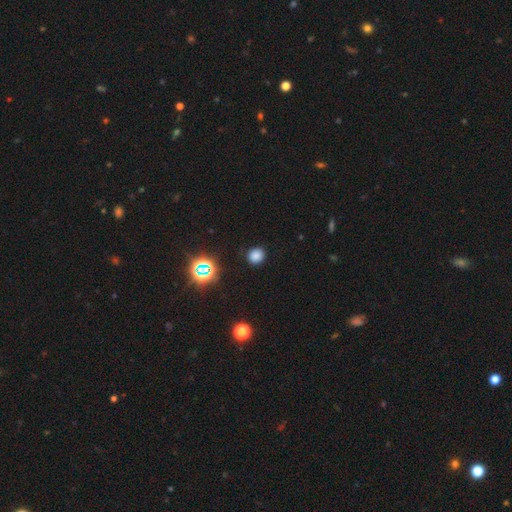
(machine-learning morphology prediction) This is likely a smooth galaxy (76%). How rounded: clearly round (81%). Merging: clearly none (89%).